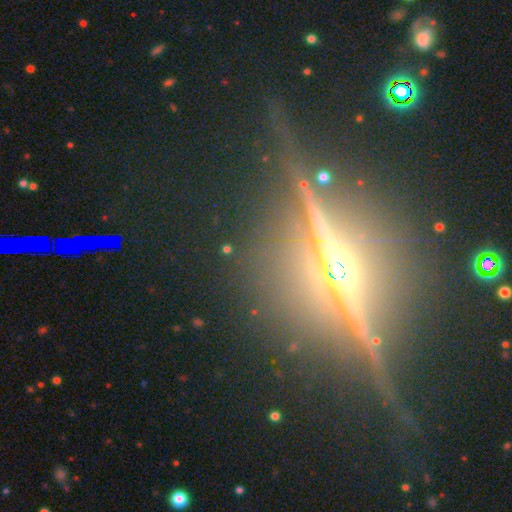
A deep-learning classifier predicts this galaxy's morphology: Smooth or featured? featured or disk (59%)
Edge-on disk? yes (90%)
Edge-on bulge? rounded (89%)
Merging? none (84%)